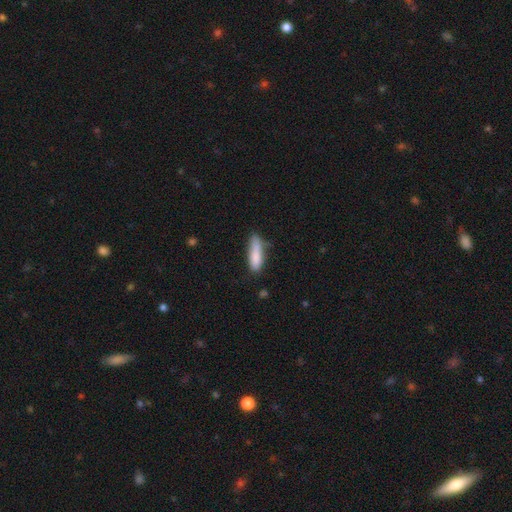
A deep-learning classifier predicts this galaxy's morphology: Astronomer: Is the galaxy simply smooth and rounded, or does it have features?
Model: smooth — 84%.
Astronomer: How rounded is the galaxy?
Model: cigar-shaped — 57% (runner-up: in between, 42%).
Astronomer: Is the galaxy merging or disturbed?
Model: none — 56% (runner-up: minor disturbance, 31%).